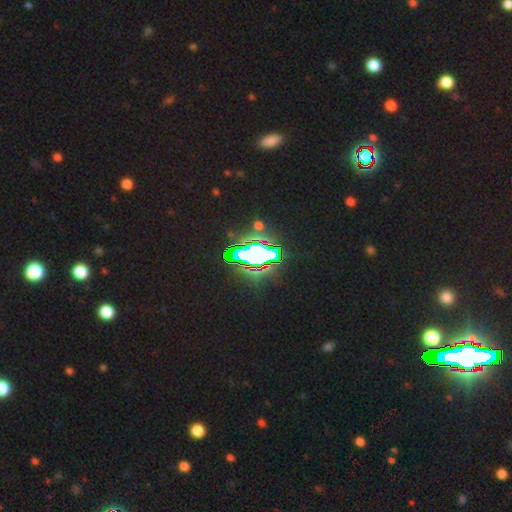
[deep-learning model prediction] Smooth or featured?
  - star or artifact: 69% *
  - smooth: 17%
  - featured or disk: 13%